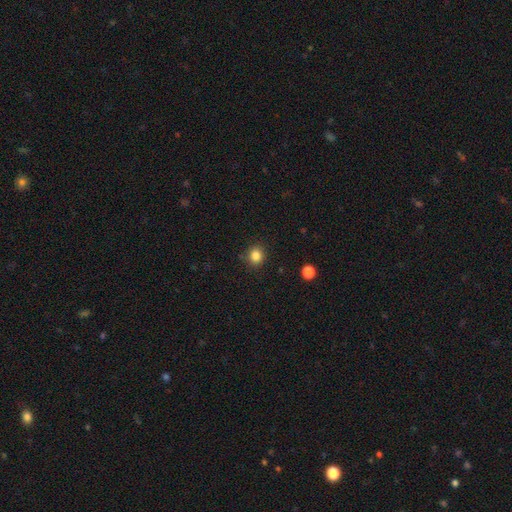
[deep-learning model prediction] Morphology: type=smooth (84%); roundness=round (81%); merging=none (88%).